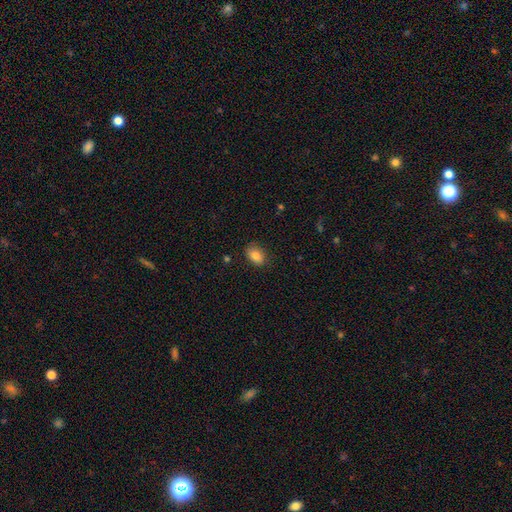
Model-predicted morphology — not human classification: This is clearly a smooth galaxy (84%). How rounded: clearly in between (85%). Merging: clearly none (82%).